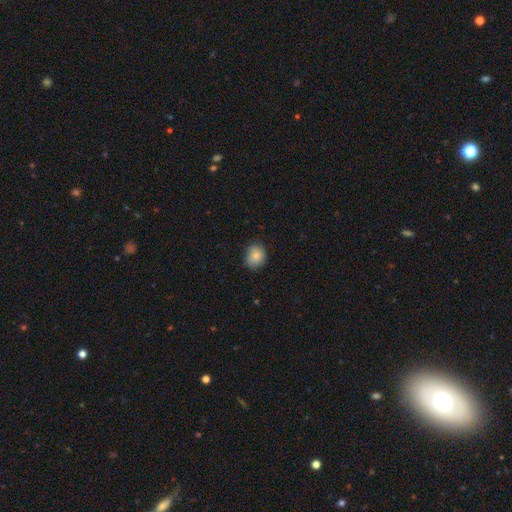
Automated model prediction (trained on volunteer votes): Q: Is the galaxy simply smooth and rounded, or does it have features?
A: smooth — 84%.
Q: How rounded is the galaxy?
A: round — 63%.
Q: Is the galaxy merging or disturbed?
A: none — 74%.